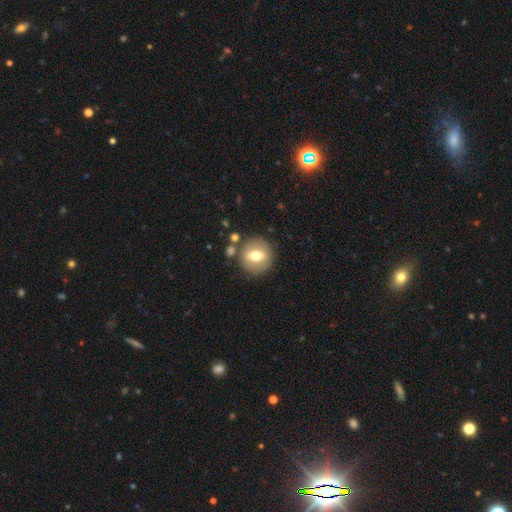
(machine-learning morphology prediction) Smooth or featured?
  - smooth: 56% *
  - featured or disk: 36%
  - star or artifact: 8%
How rounded?
  - round: 86% *
  - in between: 13%
  - cigar-shaped: 1%
Merging?
  - none: 82% *
  - minor disturbance: 9%
  - merger: 6%
  - major disturbance: 3%